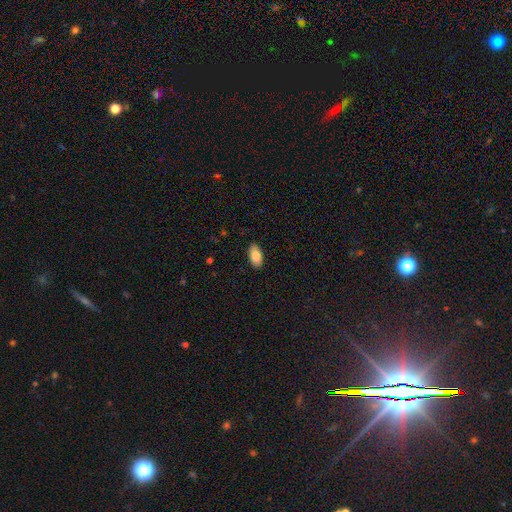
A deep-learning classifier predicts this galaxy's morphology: smooth-or-featured: smooth: 84% | featured or disk: 9% | star or artifact: 7%
  how-rounded: in between: 94% | cigar-shaped: 3% | round: 3%
  merging: none: 88% | minor disturbance: 9% | major disturbance: 2% | merger: 1%